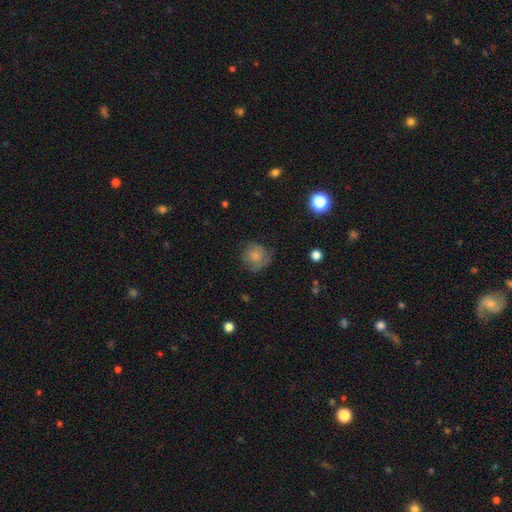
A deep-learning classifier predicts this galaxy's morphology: Smooth or featured?
  - smooth: 74% *
  - featured or disk: 17%
  - star or artifact: 9%
How rounded?
  - round: 86% *
  - in between: 13%
  - cigar-shaped: 1%
Merging?
  - none: 61% *
  - minor disturbance: 27%
  - major disturbance: 10%
  - merger: 1%